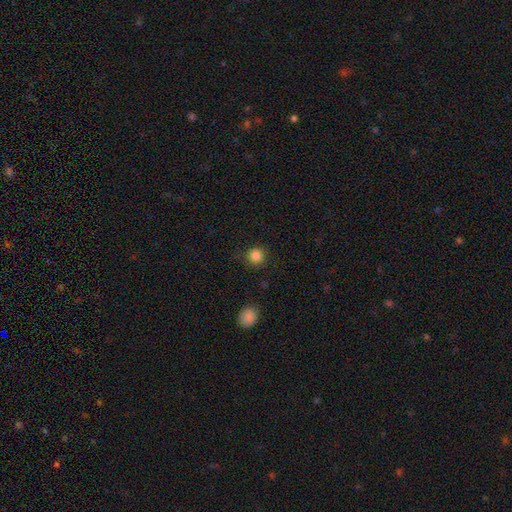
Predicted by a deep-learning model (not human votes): Smooth or featured? Predicted: smooth (p=0.85). How rounded? Predicted: round (p=0.93). Merging? Predicted: none (p=0.86).